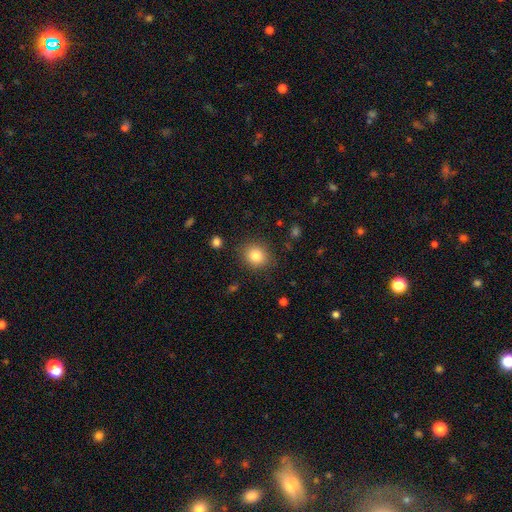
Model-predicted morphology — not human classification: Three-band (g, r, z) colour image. It shows a smooth galaxy with no disk features (83%) that is round (76%). Merging: none (86%).